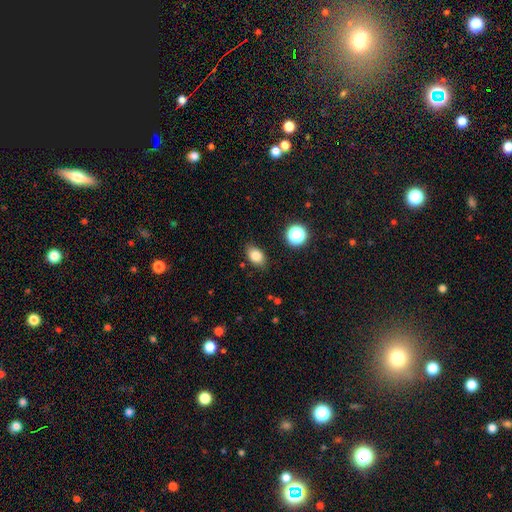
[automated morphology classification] A smooth galaxy with no disk features (83%) that is in between round and cigar-shaped (82%).

Vote fractions:
- Smooth or featured? smooth: 83% / star or artifact: 10% / featured or disk: 7%
- How rounded? in between: 82% / round: 16% / cigar-shaped: 2%
- Merging? none: 84% / minor disturbance: 11% / major disturbance: 3% / merger: 2%